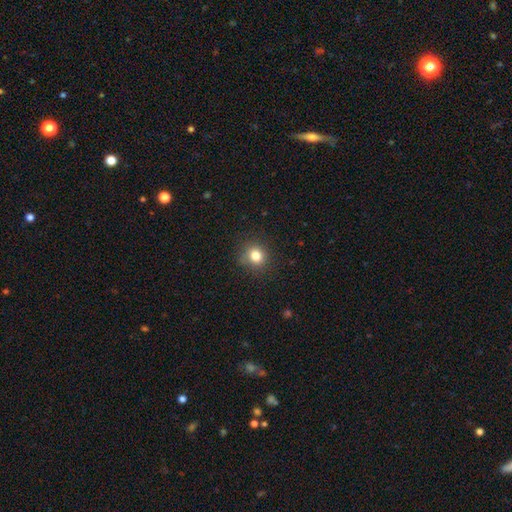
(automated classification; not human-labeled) Smooth or featured? smooth (81%)
How rounded? round (85%)
Merging? none (86%)